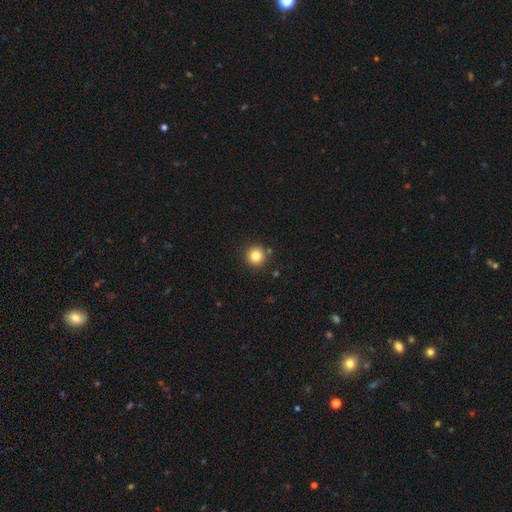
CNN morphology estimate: Smooth or featured? smooth (83%)
How rounded? round (95%)
Merging? none (86%)